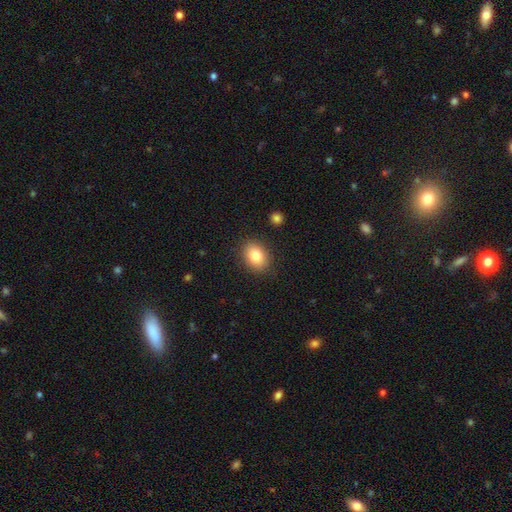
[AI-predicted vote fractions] The model was most divided on "how rounded": in between: 71%, round: 28%, cigar-shaped: 1%. More confident: merging — none (87%); smooth or featured — smooth (83%).